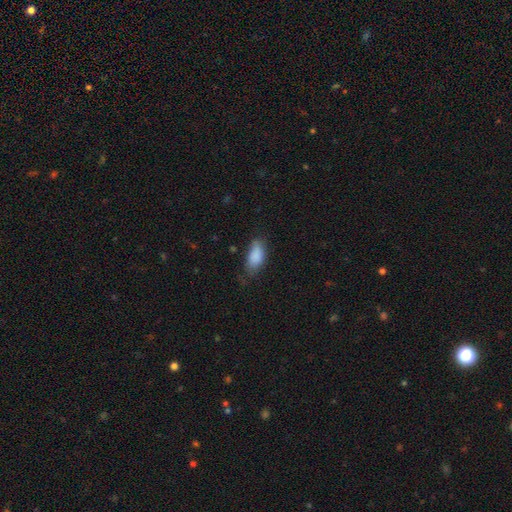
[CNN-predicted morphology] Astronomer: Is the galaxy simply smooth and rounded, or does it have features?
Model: smooth — 86%.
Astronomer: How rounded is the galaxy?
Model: in between — 89%.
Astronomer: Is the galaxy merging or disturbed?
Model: none — 56% (runner-up: minor disturbance, 33%).